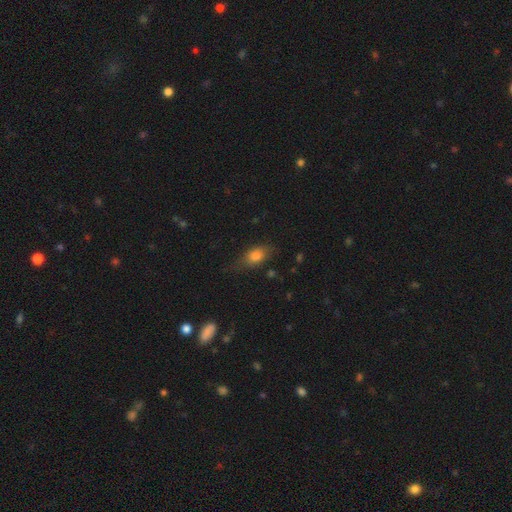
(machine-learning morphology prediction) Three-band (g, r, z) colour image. It shows a smooth galaxy with no disk features (76%) that is in between round and cigar-shaped (78%). Merging: none (64%).